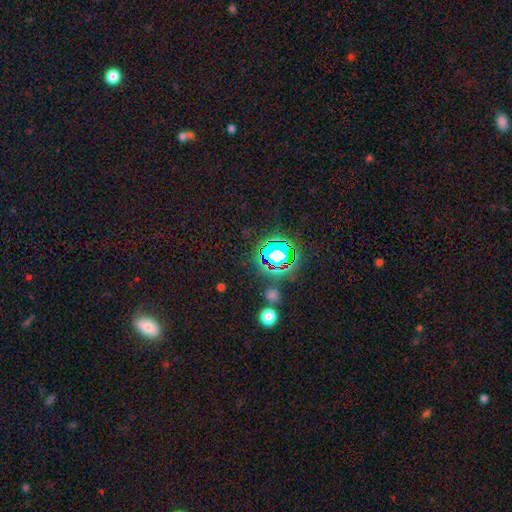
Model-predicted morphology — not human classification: star or artifact 77%, smooth 15%, featured or disk 8%.